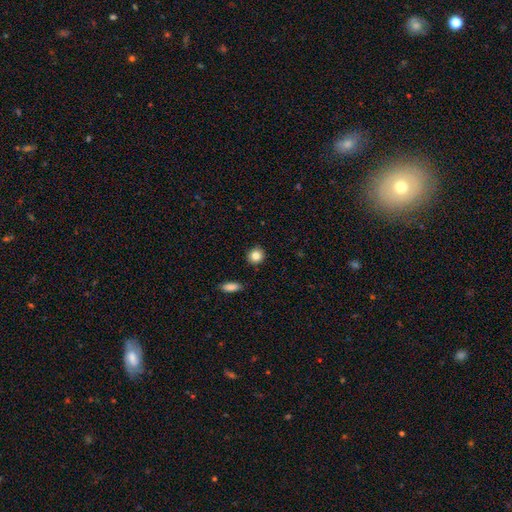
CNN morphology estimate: Overall: smooth (84%). How rounded: round (86%). Merging: none (90%).